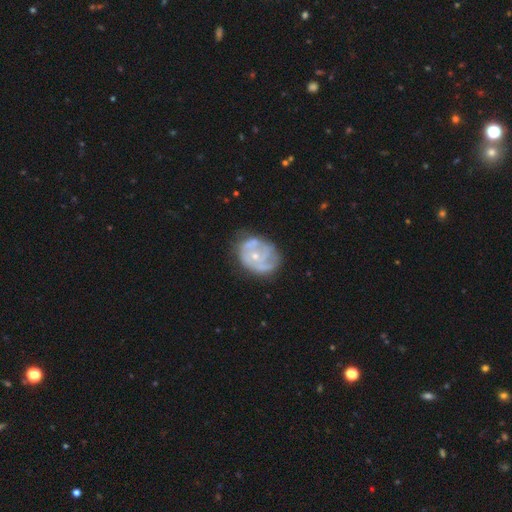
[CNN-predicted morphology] Smooth or featured? Predicted: featured or disk (p=0.72). Edge-on disk? Predicted: no (p=0.98). Bar? Predicted: no (p=0.82). Spiral arms? Predicted: yes (p=0.64). Bulge size? Predicted: small (p=0.63). Merging? Predicted: none (p=0.51).